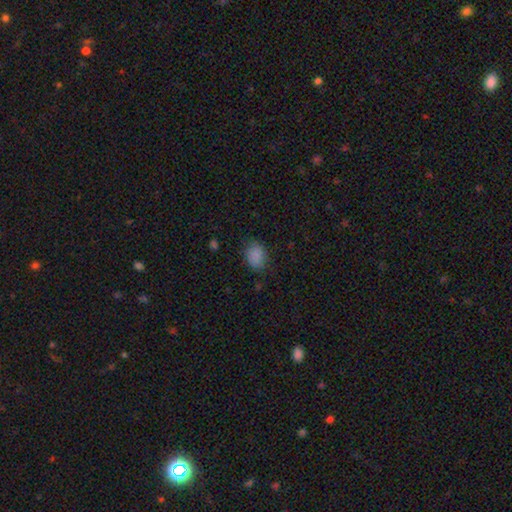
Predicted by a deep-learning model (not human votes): This appears to be a smooth galaxy with no disk features (86%) that is in between round and cigar-shaped (67%). Merging: none (78%).